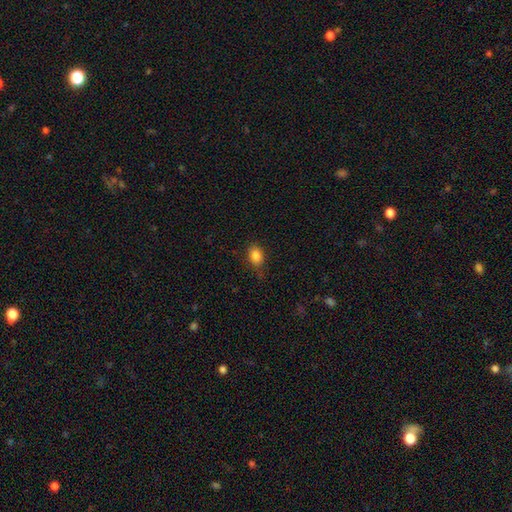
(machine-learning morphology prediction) Q: Smooth or featured?
A: smooth (85%); runner-up: star or artifact (10%)
Q: How rounded?
A: in between (71%); runner-up: round (27%)
Q: Merging?
A: none (76%); runner-up: minor disturbance (18%)